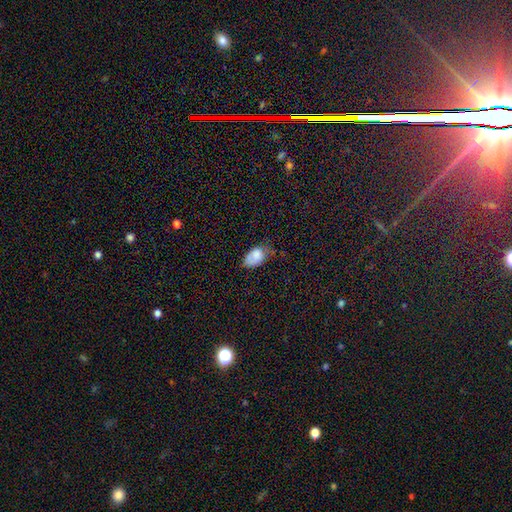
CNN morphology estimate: type=smooth (81%); roundness=in between (89%); merging=none (42%).